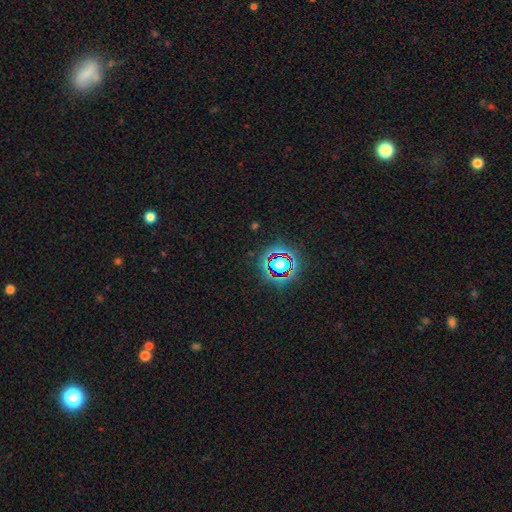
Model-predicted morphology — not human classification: Smooth or featured?
  - star or artifact: 78% *
  - smooth: 13%
  - featured or disk: 9%